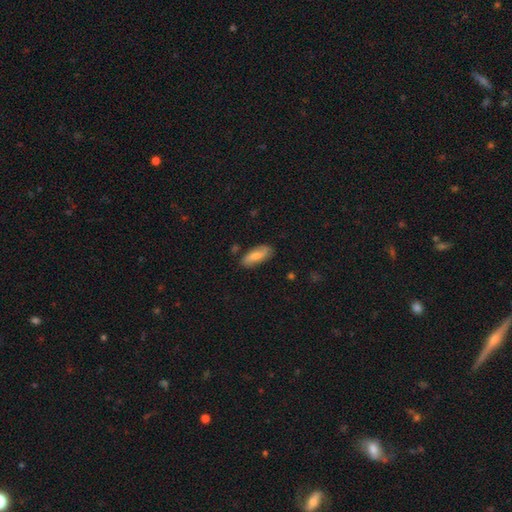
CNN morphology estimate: smooth-or-featured: smooth: 71% | featured or disk: 22% | star or artifact: 6%
  how-rounded: in between: 75% | cigar-shaped: 23% | round: 2%
  merging: none: 78% | minor disturbance: 16% | major disturbance: 3% | merger: 2%